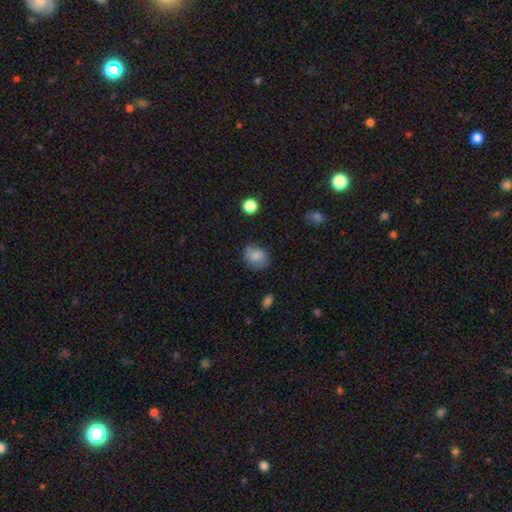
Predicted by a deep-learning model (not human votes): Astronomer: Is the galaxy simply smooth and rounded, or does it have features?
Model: smooth — 79%.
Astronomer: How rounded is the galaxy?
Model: in between — 55% (runner-up: round, 44%).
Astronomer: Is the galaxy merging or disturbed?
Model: none — 69%.